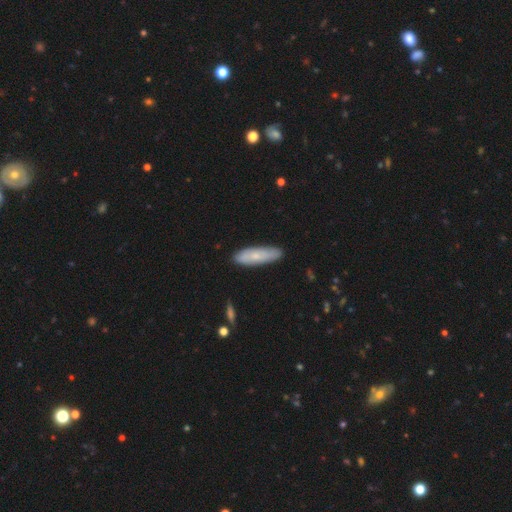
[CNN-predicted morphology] smooth 65%, featured or disk 29%, star or artifact 6%. Down the decision tree: how rounded — cigar-shaped (60%); merging — none (84%).